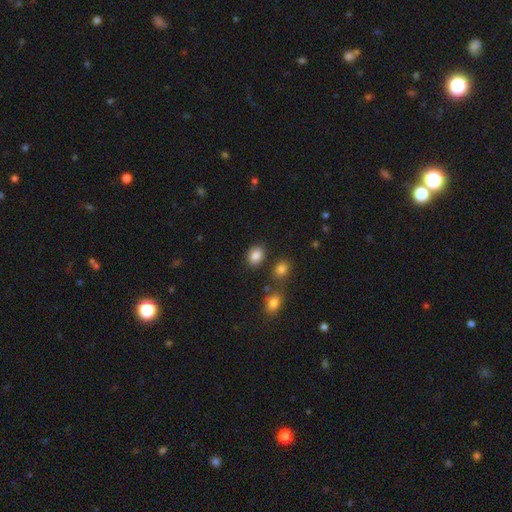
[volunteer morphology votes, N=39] A smooth galaxy with no disk features (90%) that is in between round and cigar-shaped (66%).

Vote fractions:
- Smooth or featured? smooth: 90% / featured or disk: 5% / star or artifact: 5%
- How rounded? in between: 66% / round: 34% / cigar-shaped: 0%
- Merging? none: 81% / minor disturbance: 14% / major disturbance: 3% / merger: 3%